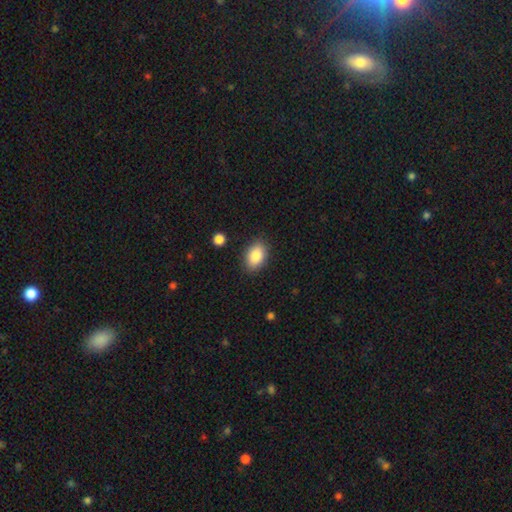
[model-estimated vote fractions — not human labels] smooth_or_featured: smooth (p=0.86) [alt: star or artifact p=0.07]
how_rounded: in between (p=0.89) [alt: round p=0.10]
merging: none (p=0.86) [alt: minor disturbance p=0.10]